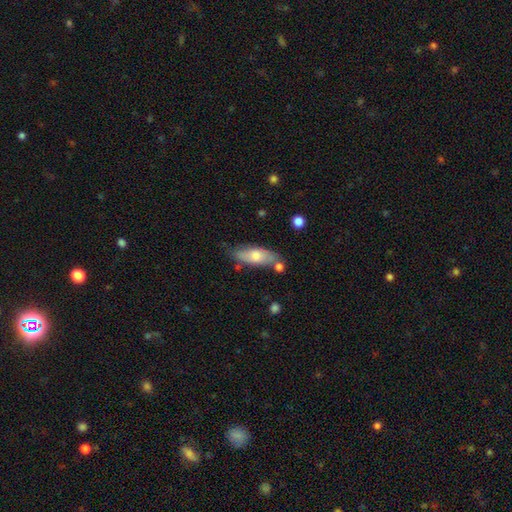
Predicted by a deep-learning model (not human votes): Smooth or featured? smooth (66%)
How rounded? in between (70%)
Merging? none (67%)